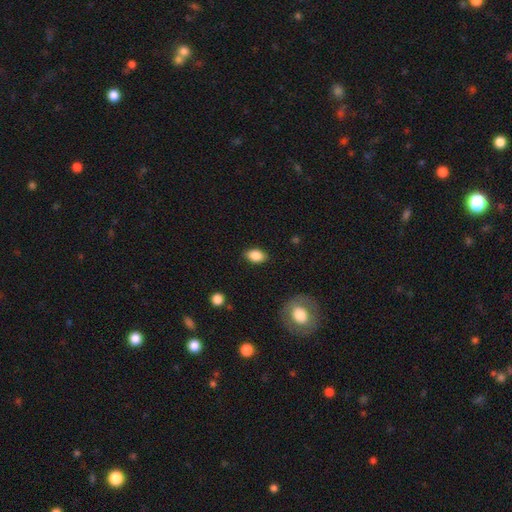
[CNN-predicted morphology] This appears to be a smooth galaxy with no disk features (85%) that is in between round and cigar-shaped (87%). Merging: none (86%).